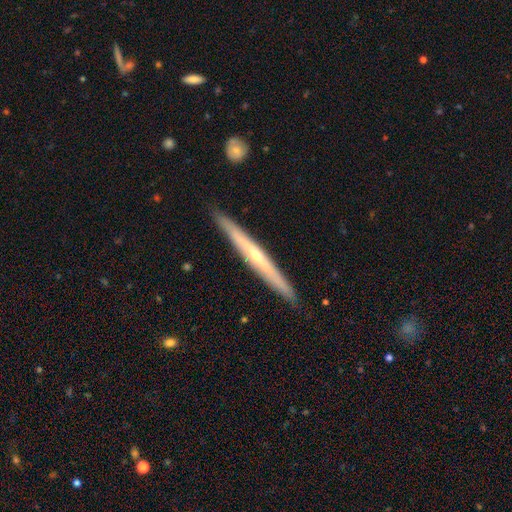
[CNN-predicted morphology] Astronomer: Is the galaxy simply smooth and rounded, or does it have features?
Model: featured or disk — 70%.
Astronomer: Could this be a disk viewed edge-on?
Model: yes — 96%.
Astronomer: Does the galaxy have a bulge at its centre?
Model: rounded — 64%.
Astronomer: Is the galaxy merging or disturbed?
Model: none — 91%.